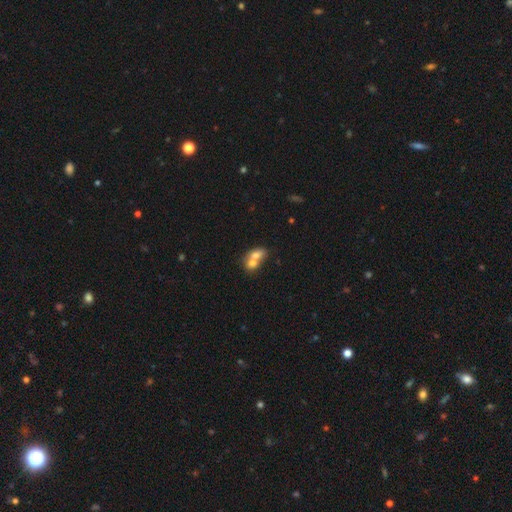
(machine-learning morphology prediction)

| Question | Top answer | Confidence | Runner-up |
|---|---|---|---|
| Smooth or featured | smooth | 67% | featured or disk (24%) |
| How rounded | in between | 64% | round (34%) |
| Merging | merger | 74% | none (17%) |